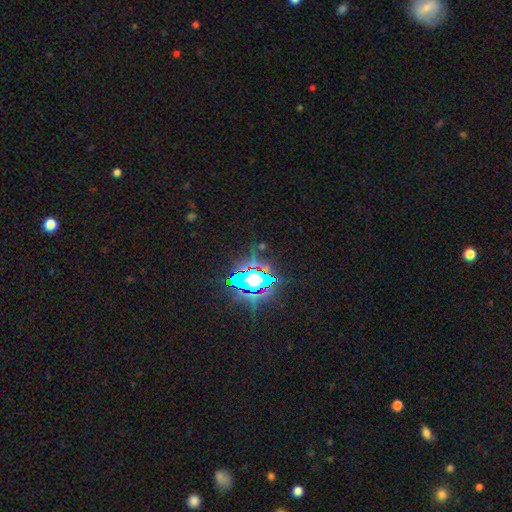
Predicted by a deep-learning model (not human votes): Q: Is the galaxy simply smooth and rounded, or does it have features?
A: star or artifact — 78%.